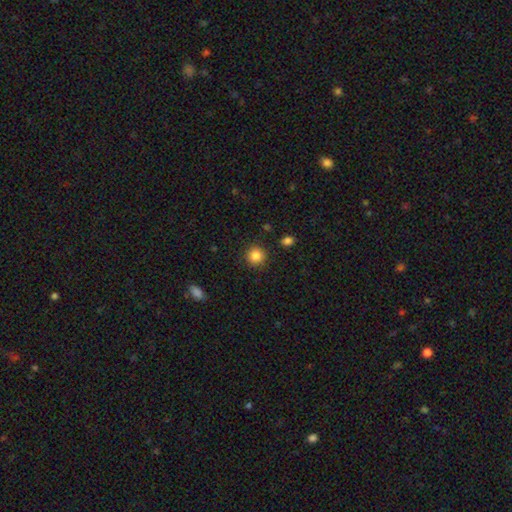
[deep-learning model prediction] This appears to be a smooth galaxy with no disk features (86%) that is round (93%). Merging: none (90%).